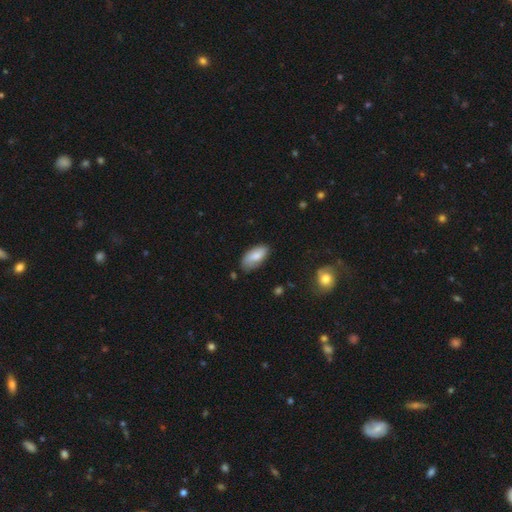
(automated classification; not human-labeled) Smooth or featured? Predicted: smooth (p=0.81). How rounded? Predicted: in between (p=0.90). Merging? Predicted: none (p=0.71).